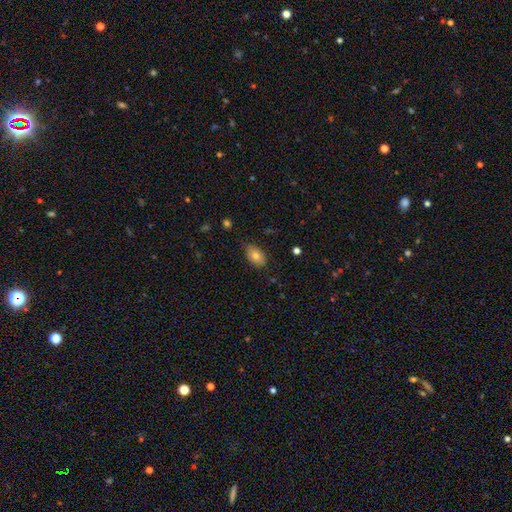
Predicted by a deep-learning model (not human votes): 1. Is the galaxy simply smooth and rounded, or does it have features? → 79% smooth, 12% featured or disk, 8% star or artifact.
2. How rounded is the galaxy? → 90% in between, 9% round, 2% cigar-shaped.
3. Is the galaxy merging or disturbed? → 80% none, 16% minor disturbance, 3% major disturbance, 1% merger.